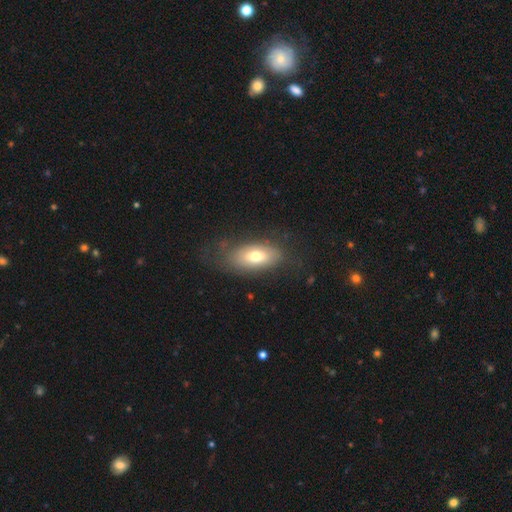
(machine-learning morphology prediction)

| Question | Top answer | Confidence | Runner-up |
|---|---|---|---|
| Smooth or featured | smooth | 65% | featured or disk (27%) |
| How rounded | in between | 88% | cigar-shaped (6%) |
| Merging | none | 66% | minor disturbance (20%) |